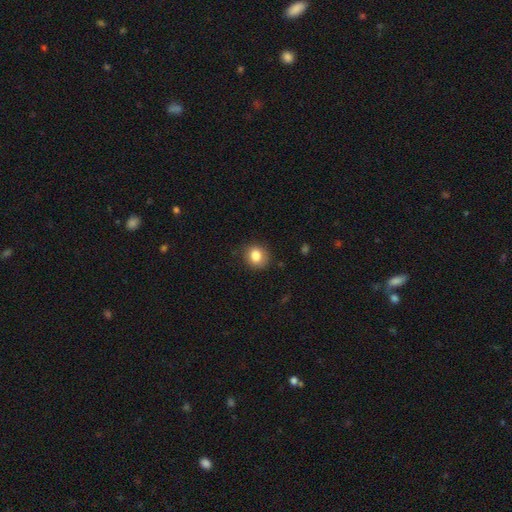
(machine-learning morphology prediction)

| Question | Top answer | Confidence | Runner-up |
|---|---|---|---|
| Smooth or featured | smooth | 82% | star or artifact (10%) |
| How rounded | round | 73% | in between (26%) |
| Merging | none | 83% | minor disturbance (12%) |